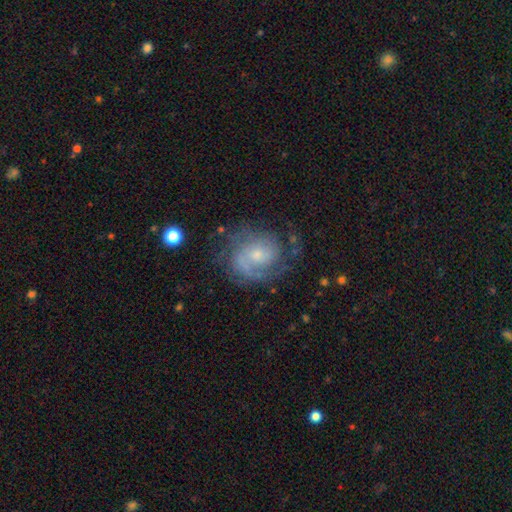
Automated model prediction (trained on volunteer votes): The model was most divided on "spiral winding": tight: 50%, medium: 37%, loose: 13%. Remaining: edge-on disk — no (98%); spiral arms — yes (91%); smooth or featured — featured or disk (78%); bar — no (68%); merging — none (66%); bulge size — small (58%); spiral arm count — 2 (43%).